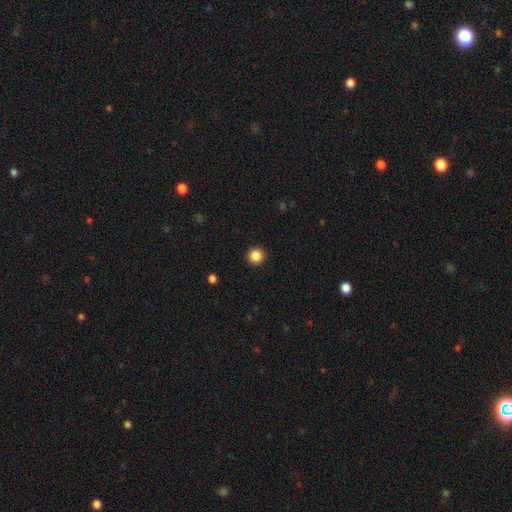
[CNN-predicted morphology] smooth 86%, star or artifact 11%, featured or disk 3%. Down the decision tree: how rounded — round (95%); merging — none (93%).